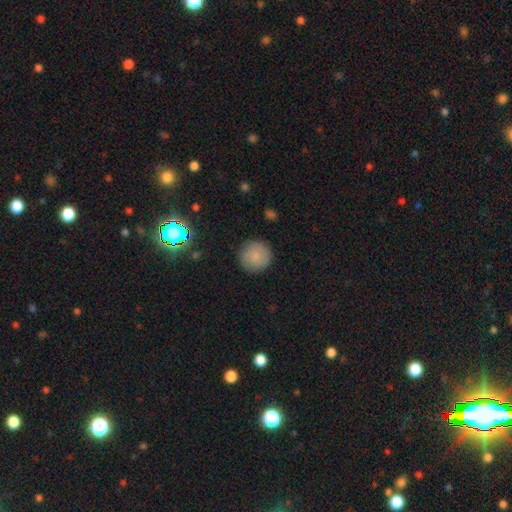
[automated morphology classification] type=smooth (84%); roundness=round (95%); merging=none (89%).